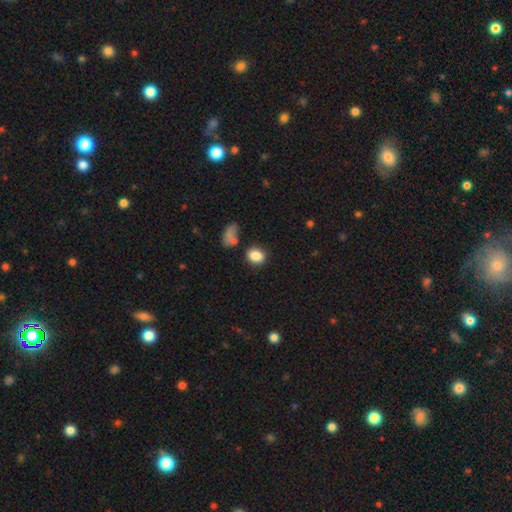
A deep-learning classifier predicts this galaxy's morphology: This is clearly a smooth galaxy (85%). How rounded: possibly in between (51%). Merging: likely none (74%).